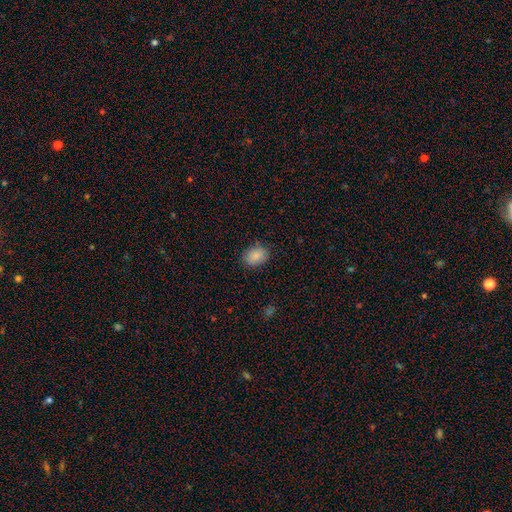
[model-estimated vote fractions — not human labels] Smooth or featured? Predicted: smooth (p=0.87). How rounded? Predicted: in between (p=0.74). Merging? Predicted: none (p=0.83).